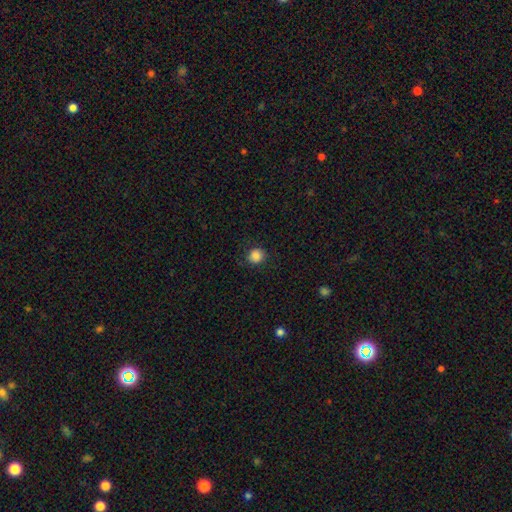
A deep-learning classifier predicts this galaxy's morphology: Overall: smooth (86%). How rounded: round (87%). Merging: none (86%).